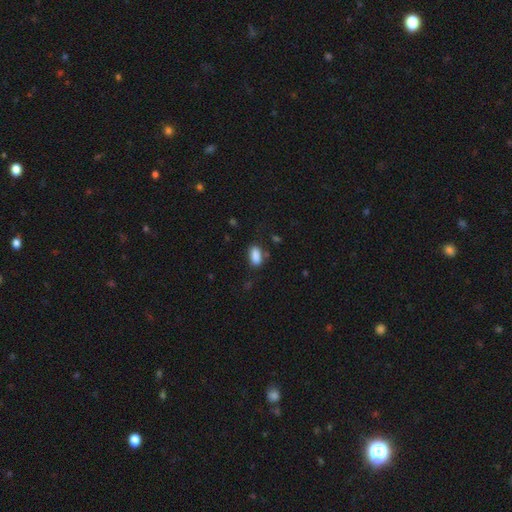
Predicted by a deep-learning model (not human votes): This appears to be a smooth galaxy with no disk features (88%) that is in between round and cigar-shaped (90%). Merging: none (76%).